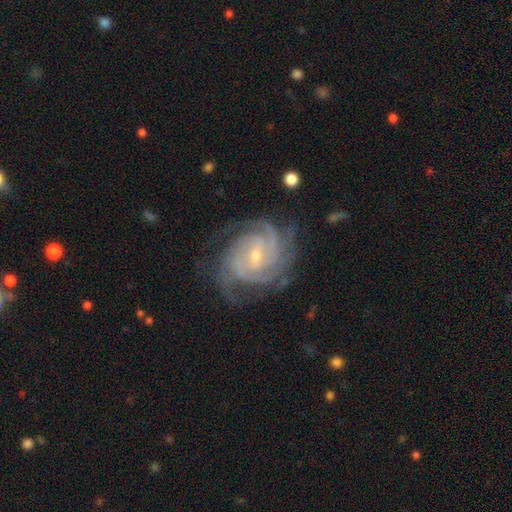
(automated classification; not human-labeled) The model was most divided on "spiral arm count": 4: 33%, 3: 24%, can't tell: 16%, 2: 12%, more than 4: 8%, 1: 6%. Remaining: spiral arms — yes (98%); edge-on disk — no (97%); smooth or featured — featured or disk (91%); merging — none (75%); spiral winding — tight (73%); bulge size — small (67%); bar — weak (47%).